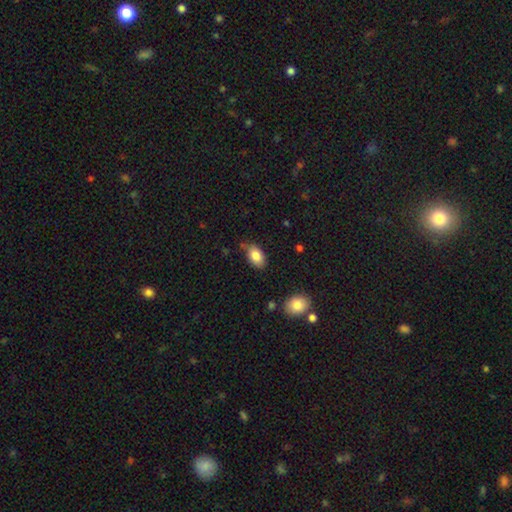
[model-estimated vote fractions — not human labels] A smooth galaxy with no disk features (85%) that is in between round and cigar-shaped (90%).

Vote fractions:
- Smooth or featured? smooth: 85% / featured or disk: 8% / star or artifact: 8%
- How rounded? in between: 90% / round: 8% / cigar-shaped: 2%
- Merging? none: 73% / minor disturbance: 20% / major disturbance: 4% / merger: 3%